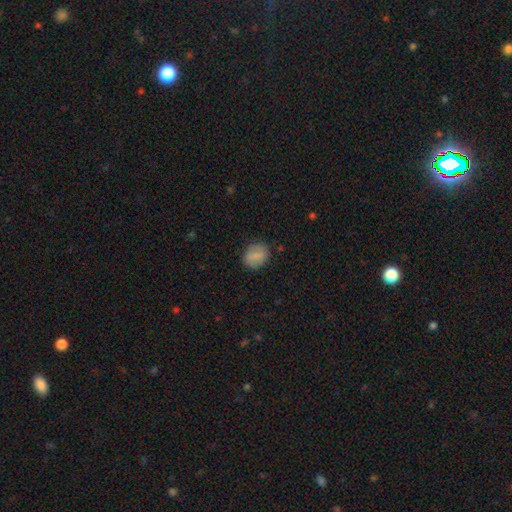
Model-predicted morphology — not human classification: A smooth galaxy with no disk features (77%) that is round (56%).

Vote fractions:
- Smooth or featured? smooth: 77% / featured or disk: 15% / star or artifact: 8%
- How rounded? round: 56% / in between: 43% / cigar-shaped: 1%
- Merging? none: 83% / minor disturbance: 12% / major disturbance: 4% / merger: 1%